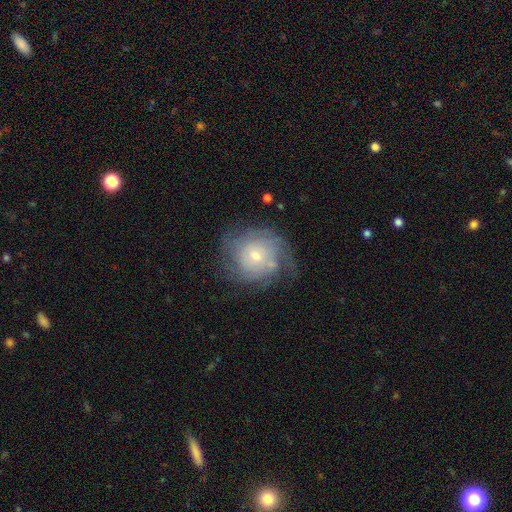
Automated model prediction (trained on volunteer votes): featured or disk 65%, smooth 26%, star or artifact 9%. Down the decision tree: edge-on disk — no (97%); bar — no (77%); spiral arms — yes (82%); spiral arm count — can't tell (52%); spiral winding — tight (60%); bulge size — small (59%); merging — none (60%).